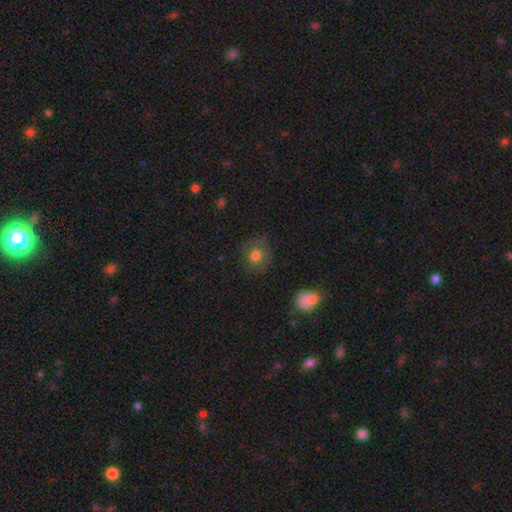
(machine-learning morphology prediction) smooth_or_featured: smooth (p=0.70) [alt: featured or disk p=0.17]
how_rounded: round (p=0.83) [alt: in between p=0.16]
merging: none (p=0.74) [alt: minor disturbance p=0.17]